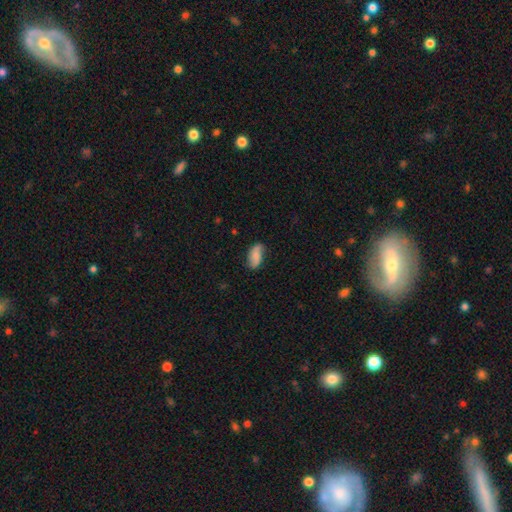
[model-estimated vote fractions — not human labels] A smooth galaxy with no disk features (59%) that is in between round and cigar-shaped (90%). Merging: none (71%).